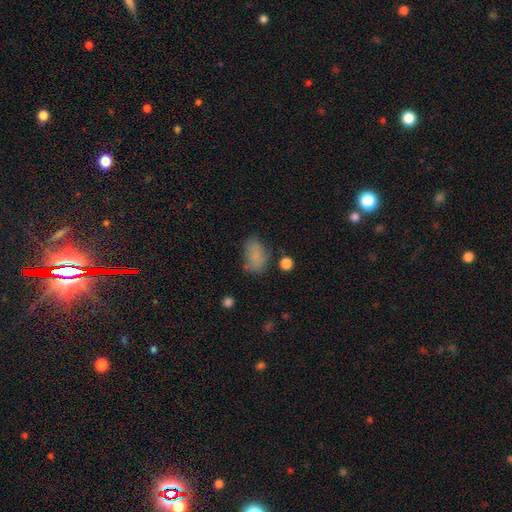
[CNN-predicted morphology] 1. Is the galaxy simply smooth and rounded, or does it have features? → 78% smooth, 12% star or artifact, 10% featured or disk.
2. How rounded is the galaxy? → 88% in between, 11% round, 2% cigar-shaped.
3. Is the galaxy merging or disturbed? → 56% none, 27% minor disturbance, 12% major disturbance, 5% merger.